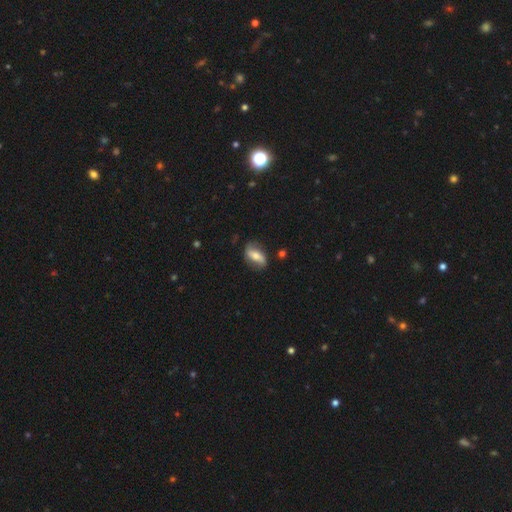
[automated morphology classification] This is possibly a featured or disk galaxy (49%). Merging: likely none (73%).